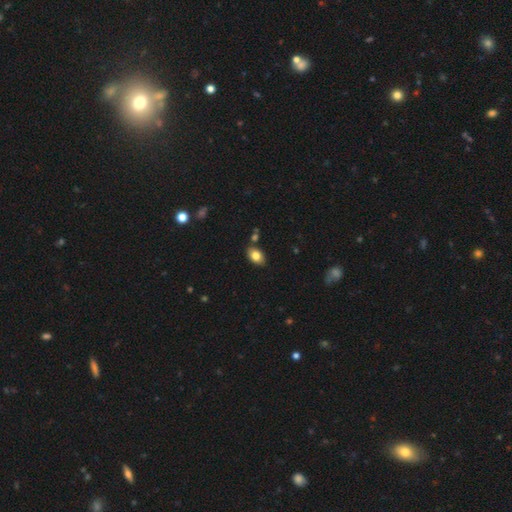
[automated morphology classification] A smooth galaxy with no disk features (81%) that is in between round and cigar-shaped (87%).

Vote fractions:
- Smooth or featured? smooth: 81% / featured or disk: 11% / star or artifact: 8%
- How rounded? in between: 87% / round: 12% / cigar-shaped: 1%
- Merging? none: 81% / minor disturbance: 11% / merger: 5% / major disturbance: 2%